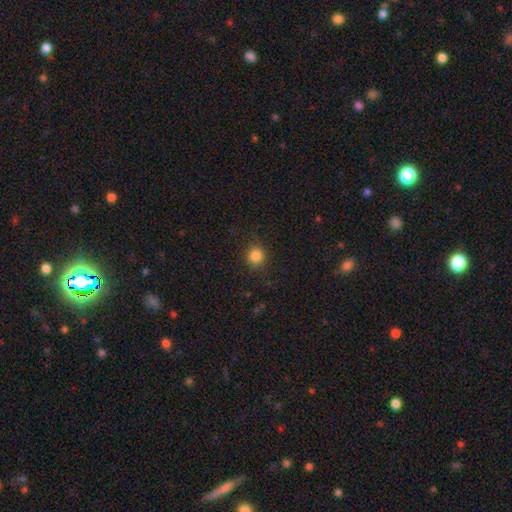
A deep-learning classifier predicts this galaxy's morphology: smooth-or-featured: smooth: 84% | star or artifact: 12% | featured or disk: 5%
  how-rounded: round: 86% | in between: 13% | cigar-shaped: 1%
  merging: none: 85% | minor disturbance: 10% | major disturbance: 4% | merger: 1%